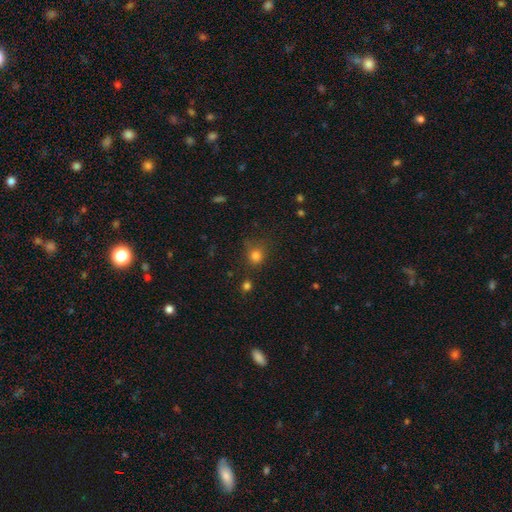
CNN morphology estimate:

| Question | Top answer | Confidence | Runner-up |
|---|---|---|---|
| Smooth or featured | smooth | 78% | star or artifact (16%) |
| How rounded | round | 81% | in between (18%) |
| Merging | none | 68% | minor disturbance (19%) |